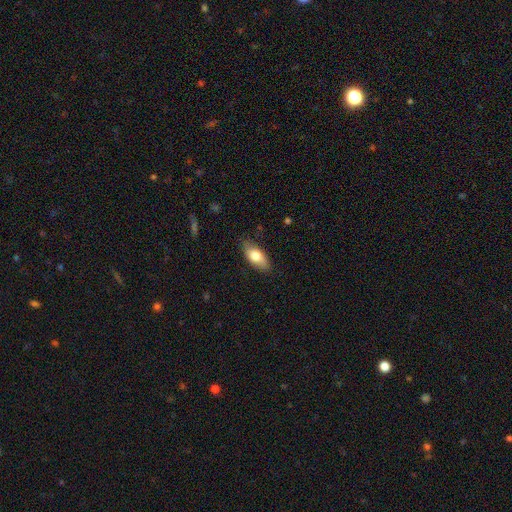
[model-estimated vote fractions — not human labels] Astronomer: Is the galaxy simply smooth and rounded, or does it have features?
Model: smooth — 75%.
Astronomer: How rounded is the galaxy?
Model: in between — 86%.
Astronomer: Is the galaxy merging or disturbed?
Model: none — 80%.